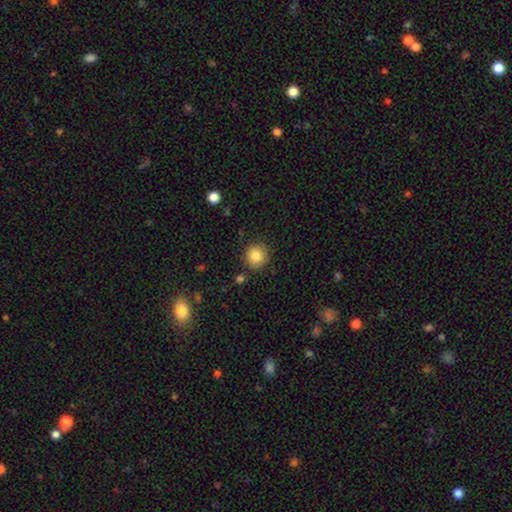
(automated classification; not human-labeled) smooth-or-featured: smooth: 84% | star or artifact: 9% | featured or disk: 6%
  how-rounded: round: 91% | in between: 8% | cigar-shaped: 1%
  merging: none: 87% | minor disturbance: 8% | major disturbance: 2% | merger: 2%